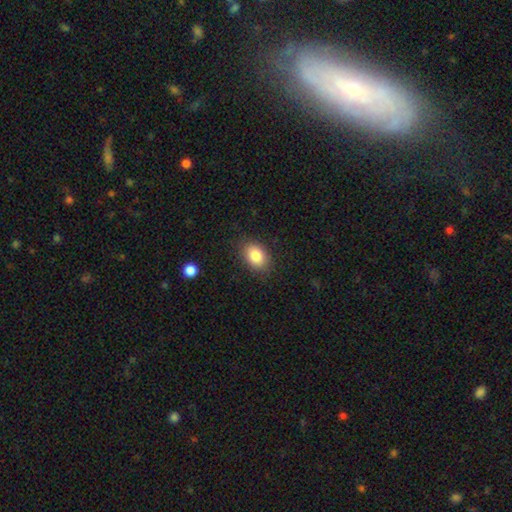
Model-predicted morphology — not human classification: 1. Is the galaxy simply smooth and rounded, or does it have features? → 83% smooth, 8% star or artifact, 8% featured or disk.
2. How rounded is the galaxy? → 77% in between, 22% round, 1% cigar-shaped.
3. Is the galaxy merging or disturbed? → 85% none, 11% minor disturbance, 3% major disturbance, 1% merger.